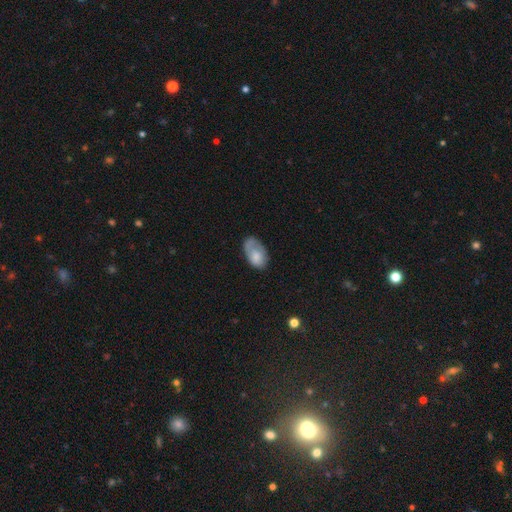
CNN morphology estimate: Smooth or featured?
  - smooth: 72% *
  - featured or disk: 21%
  - star or artifact: 7%
How rounded?
  - in between: 92% *
  - round: 6%
  - cigar-shaped: 1%
Merging?
  - none: 45% *
  - minor disturbance: 32%
  - major disturbance: 19%
  - merger: 3%